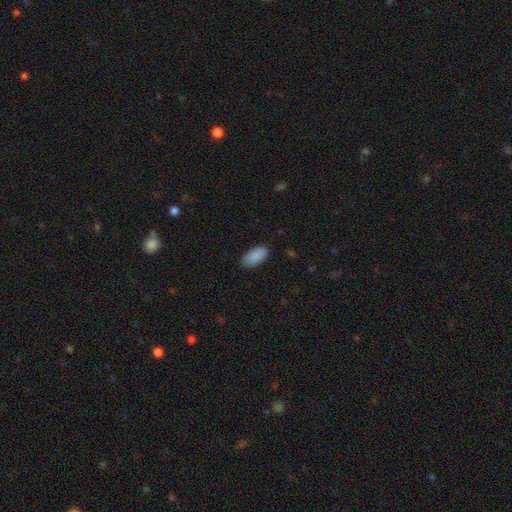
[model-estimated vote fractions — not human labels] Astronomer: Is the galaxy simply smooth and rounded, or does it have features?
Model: smooth — 90%.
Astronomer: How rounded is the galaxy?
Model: in between — 93%.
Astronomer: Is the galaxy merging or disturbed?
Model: none — 86%.